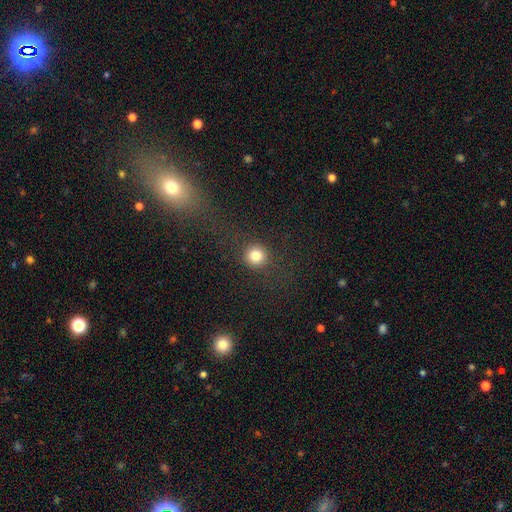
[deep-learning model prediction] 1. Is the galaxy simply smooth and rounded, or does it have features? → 81% smooth, 12% star or artifact, 6% featured or disk.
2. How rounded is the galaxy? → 93% round, 6% in between, 1% cigar-shaped.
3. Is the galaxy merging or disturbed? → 85% none, 8% minor disturbance, 5% major disturbance, 3% merger.